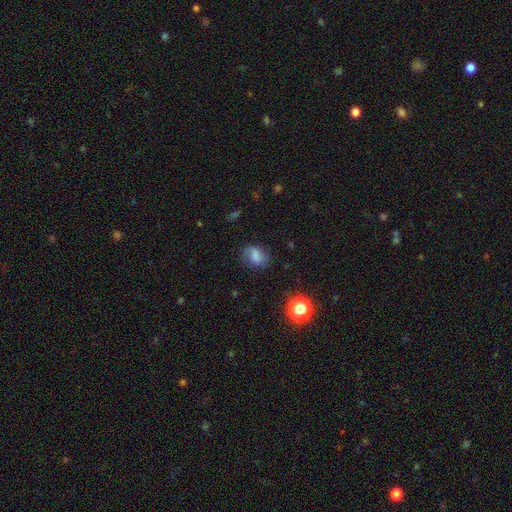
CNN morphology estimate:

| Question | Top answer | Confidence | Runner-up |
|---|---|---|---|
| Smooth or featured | smooth | 64% | featured or disk (22%) |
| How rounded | in between | 68% | round (31%) |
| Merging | none | 62% | minor disturbance (24%) |